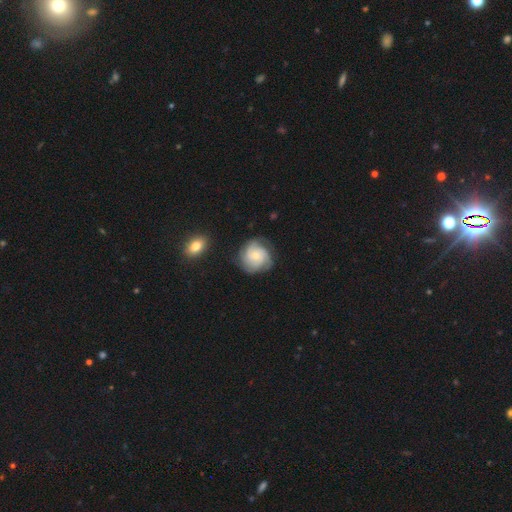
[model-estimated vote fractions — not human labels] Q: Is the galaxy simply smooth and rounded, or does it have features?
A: featured or disk — 76%.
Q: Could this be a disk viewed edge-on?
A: no — 98%.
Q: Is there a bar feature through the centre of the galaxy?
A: no — 75%.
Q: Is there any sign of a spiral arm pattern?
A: yes — 95%.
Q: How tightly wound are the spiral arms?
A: tight — 61%.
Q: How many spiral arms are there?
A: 3 — 45%.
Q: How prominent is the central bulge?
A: small — 50%.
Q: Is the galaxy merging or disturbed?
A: none — 76%.